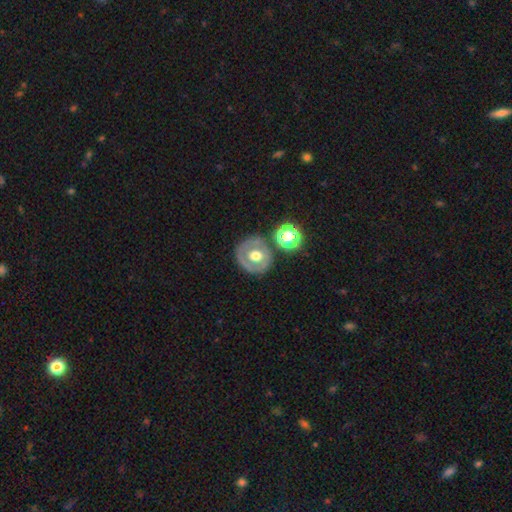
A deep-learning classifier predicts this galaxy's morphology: Smooth or featured? featured or disk (51%)
Edge-on disk? no (95%)
Merging? none (75%)